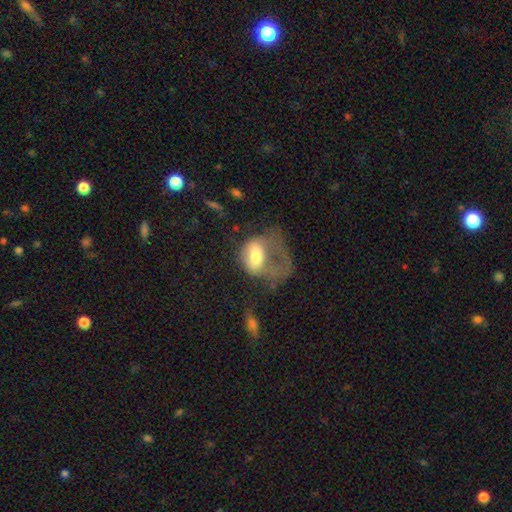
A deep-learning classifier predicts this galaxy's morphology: Overall: smooth (57%; featured or disk 35%). How rounded: in between (74%). Merging: major disturbance (70%).